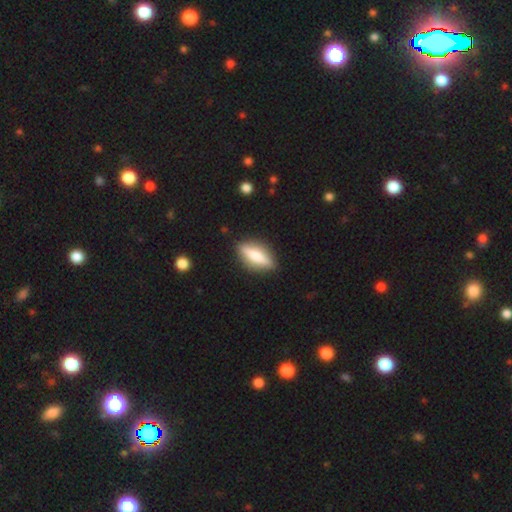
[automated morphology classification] This appears to be a smooth galaxy with no disk features (49%). Merging: none (87%).